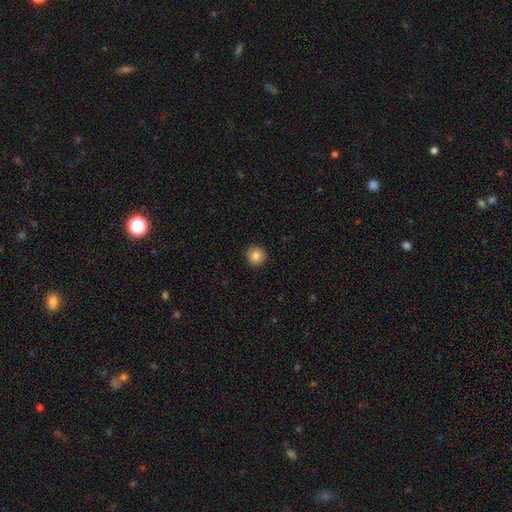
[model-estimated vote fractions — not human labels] A smooth galaxy with no disk features (83%) that is round (94%).

Vote fractions:
- Smooth or featured? smooth: 83% / star or artifact: 9% / featured or disk: 7%
- How rounded? round: 94% / in between: 5% / cigar-shaped: 1%
- Merging? none: 91% / minor disturbance: 6% / major disturbance: 2% / merger: 1%